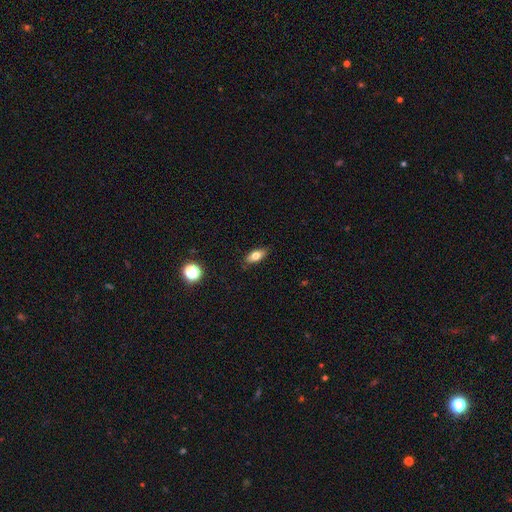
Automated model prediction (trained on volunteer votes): A smooth galaxy with no disk features (76%) that is in between round and cigar-shaped (82%). Merging: none (85%).